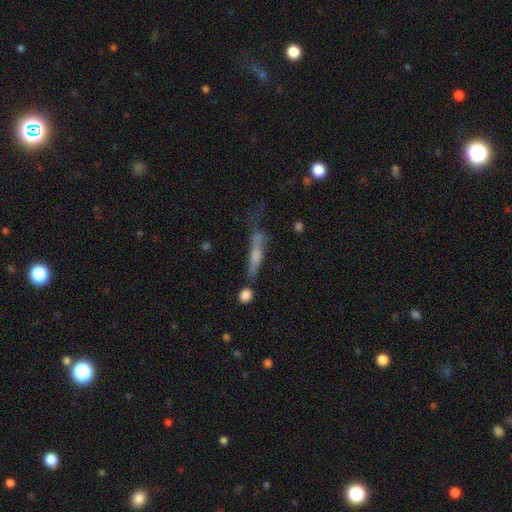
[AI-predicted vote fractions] Smooth or featured? Predicted: smooth (p=0.57). How rounded? Predicted: cigar-shaped (p=0.82). Merging? Predicted: none (p=0.41).